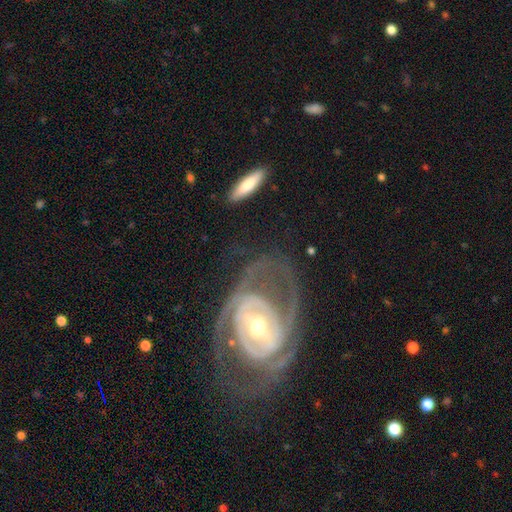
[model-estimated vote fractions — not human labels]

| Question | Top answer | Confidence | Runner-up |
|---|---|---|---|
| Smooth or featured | featured or disk | 81% | smooth (12%) |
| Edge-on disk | no | 92% | yes (8%) |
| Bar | no | 36% | weak (35%) |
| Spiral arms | yes | 81% | no (19%) |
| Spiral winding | tight | 56% | medium (33%) |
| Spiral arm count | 2 | 47% | can't tell (30%) |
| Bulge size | moderate | 53% | small (39%) |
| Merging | none | 58% | major disturbance (20%) |